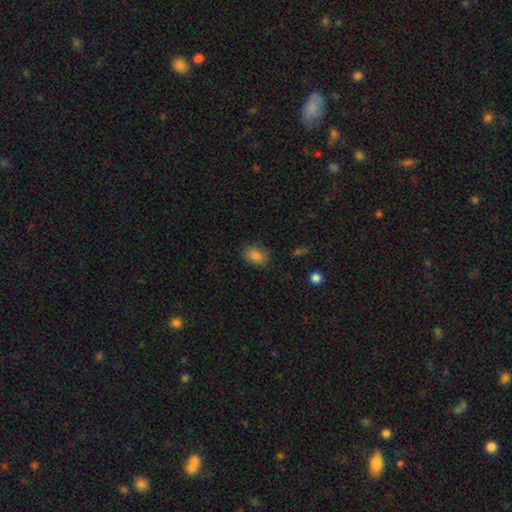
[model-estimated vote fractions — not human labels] Morphology: type=smooth (84%); roundness=in between (77%); merging=none (82%).